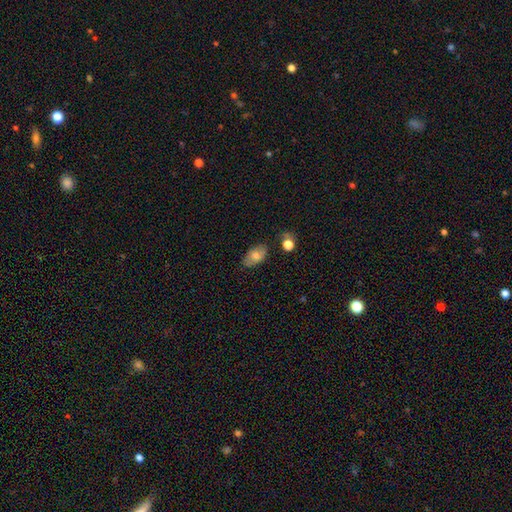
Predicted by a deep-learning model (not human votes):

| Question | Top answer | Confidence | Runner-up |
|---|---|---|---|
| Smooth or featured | smooth | 72% | featured or disk (20%) |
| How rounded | in between | 91% | round (6%) |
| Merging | none | 77% | minor disturbance (16%) |